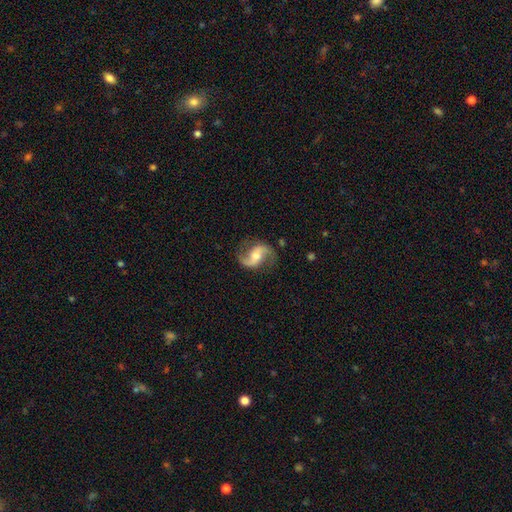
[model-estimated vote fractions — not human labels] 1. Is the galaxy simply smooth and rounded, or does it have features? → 88% featured or disk, 7% smooth, 5% star or artifact.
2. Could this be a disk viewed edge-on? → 98% no, 2% yes.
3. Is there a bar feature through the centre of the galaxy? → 40% weak (tied), 40% no (tied), 20% strong.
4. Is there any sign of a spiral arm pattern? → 97% yes, 3% no.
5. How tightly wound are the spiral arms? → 55% loose, 37% medium, 8% tight.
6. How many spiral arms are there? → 93% 2, 2% 1, 2% can't tell, 1% 3, 1% 4, 1% more than 4.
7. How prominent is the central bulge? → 52% moderate, 32% small, 9% large, 6% none, 2% dominant.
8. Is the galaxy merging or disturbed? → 78% none, 13% minor disturbance, 7% major disturbance, 2% merger.